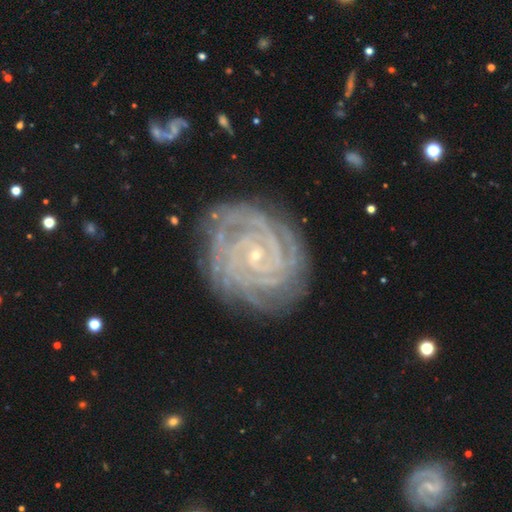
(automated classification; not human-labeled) Smooth or featured? featured or disk (91%)
Edge-on disk? no (98%)
Bar? no (66%)
Spiral arms? yes (99%)
Spiral winding? tight (88%)
Spiral arm count? 4 (22%)
Bulge size? small (85%)
Merging? none (79%)